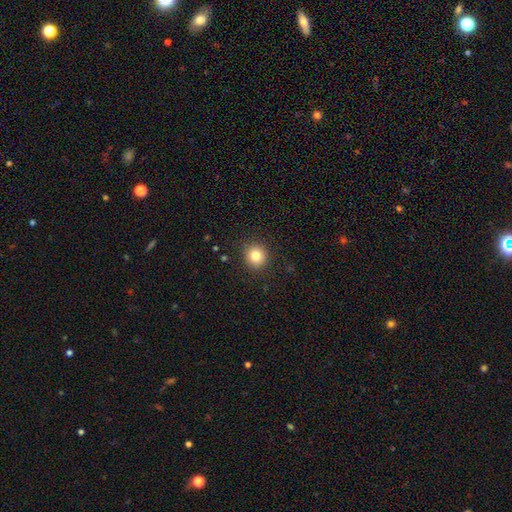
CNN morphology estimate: Q: Smooth or featured?
A: smooth (82%); runner-up: star or artifact (11%)
Q: How rounded?
A: round (91%); runner-up: in between (8%)
Q: Merging?
A: none (91%); runner-up: minor disturbance (6%)